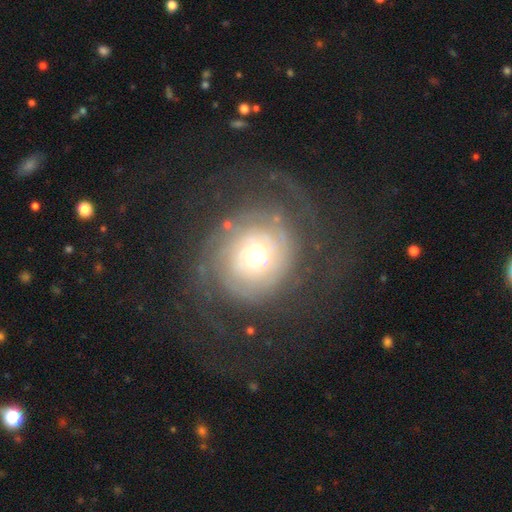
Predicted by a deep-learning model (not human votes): A featured or disk galaxy (79%) with no bar (75%), tight (70%) spiral arms (91%) and a moderate central bulge (57%).

Vote fractions:
- Smooth or featured? featured or disk: 79% / smooth: 14% / star or artifact: 7%
- Edge-on disk? no: 97% / yes: 3%
- Bar? no: 75% / weak: 19% / strong: 6%
- Spiral arms? yes: 91% / no: 9%
- Spiral winding? tight: 70% / medium: 20% / loose: 10%
- Spiral arm count? can't tell: 40% / 2: 25% / 3: 12% / 4: 8% / 1: 8% / more than 4: 8%
- Bulge size? moderate: 57% / small: 28% / large: 12% / dominant: 2% / none: 1%
- Merging? none: 64% / major disturbance: 19% / minor disturbance: 15% / merger: 2%